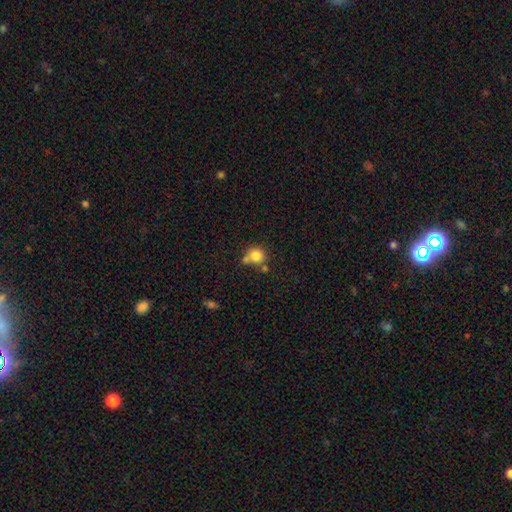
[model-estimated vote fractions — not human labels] smooth-or-featured: smooth: 80% | star or artifact: 11% | featured or disk: 9%
  how-rounded: round: 86% | in between: 13% | cigar-shaped: 1%
  merging: none: 55% | merger: 26% | minor disturbance: 14% | major disturbance: 5%